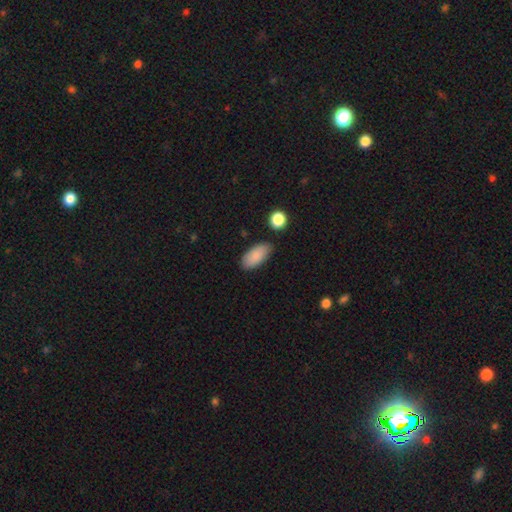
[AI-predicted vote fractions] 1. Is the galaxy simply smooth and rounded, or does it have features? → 87% smooth, 6% star or artifact, 6% featured or disk.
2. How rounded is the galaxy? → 91% in between, 7% cigar-shaped, 2% round.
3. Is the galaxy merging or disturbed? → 80% none, 14% minor disturbance, 3% merger, 3% major disturbance.